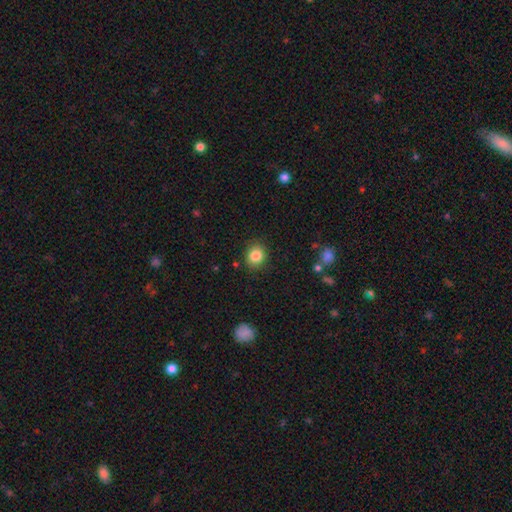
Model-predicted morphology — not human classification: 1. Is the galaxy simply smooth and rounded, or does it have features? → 84% smooth, 10% star or artifact, 6% featured or disk.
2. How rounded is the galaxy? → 74% round, 25% in between, 1% cigar-shaped.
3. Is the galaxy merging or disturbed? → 87% none, 9% minor disturbance, 3% major disturbance, 2% merger.